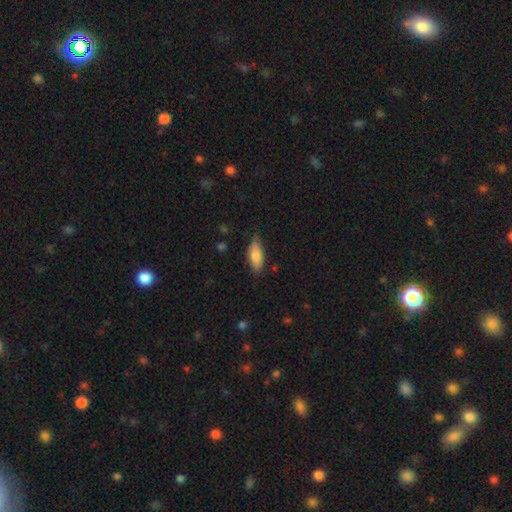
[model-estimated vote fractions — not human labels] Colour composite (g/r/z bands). It shows a smooth galaxy with no disk features (76%) that is in between round and cigar-shaped (76%). Merging: none (72%).